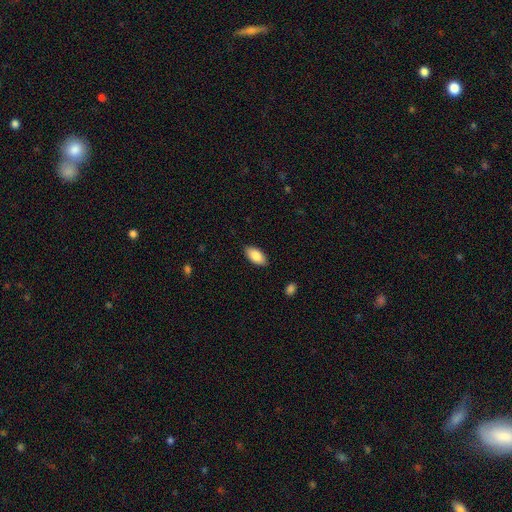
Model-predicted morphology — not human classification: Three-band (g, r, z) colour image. It shows a smooth galaxy with no disk features (87%) that is in between round and cigar-shaped (93%). Merging: none (87%).